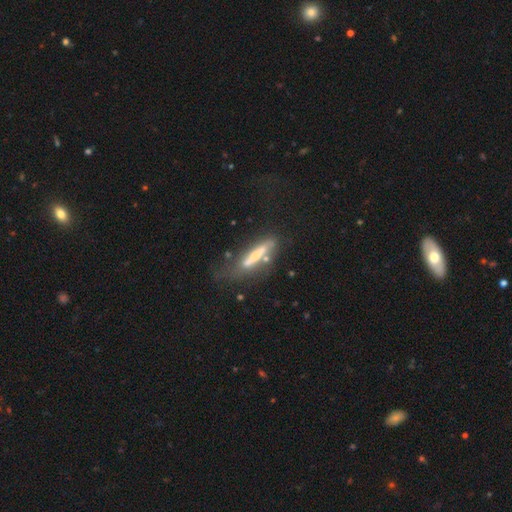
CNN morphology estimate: This is possibly a smooth galaxy (46%, tied with featured or disk). Merging: possibly none (45%).